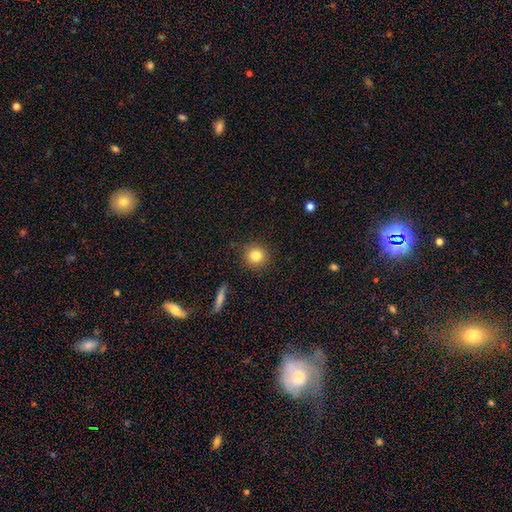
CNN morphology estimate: A smooth galaxy with no disk features (82%) that is round (93%). Merging: none (88%).